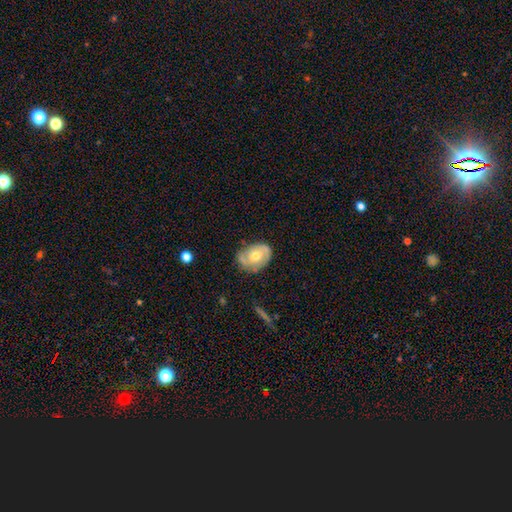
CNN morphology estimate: Q: Smooth or featured?
A: featured or disk (60%); runner-up: smooth (33%)
Q: Edge-on disk?
A: no (96%); runner-up: yes (4%)
Q: Bar?
A: no (73%); runner-up: weak (22%)
Q: Spiral arms?
A: yes (77%); runner-up: no (23%)
Q: Bulge size?
A: moderate (65%); runner-up: small (28%)
Q: Merging?
A: none (63%); runner-up: minor disturbance (27%)